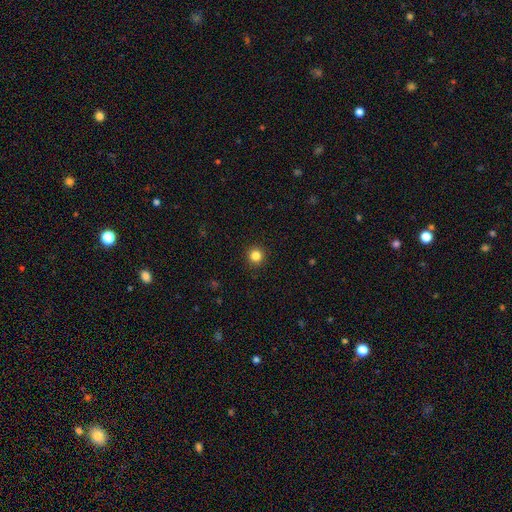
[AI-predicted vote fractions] smooth-or-featured: smooth: 84% | star or artifact: 12% | featured or disk: 4%
  how-rounded: round: 95% | in between: 4% | cigar-shaped: 1%
  merging: none: 93% | minor disturbance: 5% | major disturbance: 2% | merger: 1%